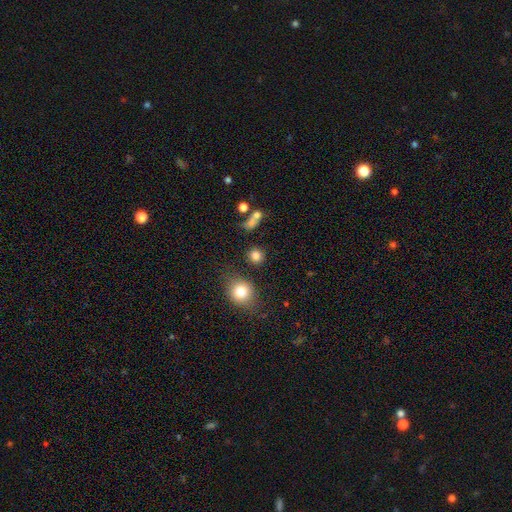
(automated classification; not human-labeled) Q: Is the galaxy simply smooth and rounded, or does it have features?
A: smooth — 81%.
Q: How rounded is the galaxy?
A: round — 86%.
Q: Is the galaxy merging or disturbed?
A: none — 79%.